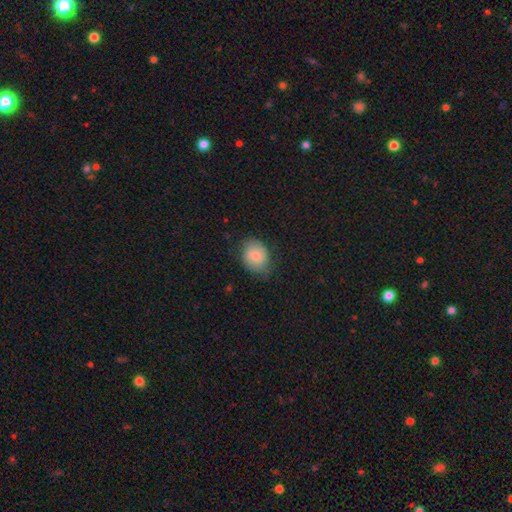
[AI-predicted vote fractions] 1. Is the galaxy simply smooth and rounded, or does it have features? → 81% smooth, 12% featured or disk, 7% star or artifact.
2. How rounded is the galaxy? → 51% in between, 48% round, 1% cigar-shaped.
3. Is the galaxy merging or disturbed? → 71% none, 23% minor disturbance, 6% major disturbance, 1% merger.